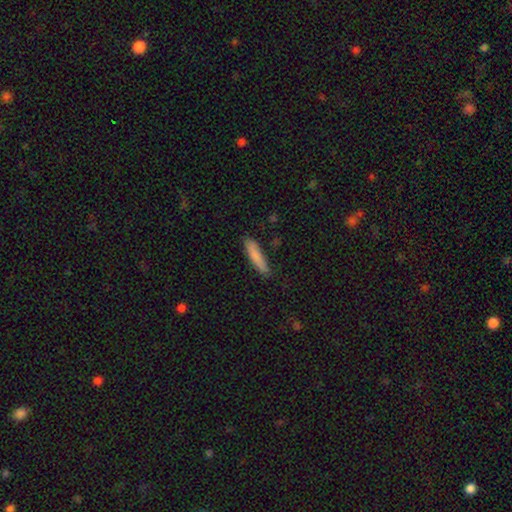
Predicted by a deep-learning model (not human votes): Smooth or featured? smooth (83%)
How rounded? cigar-shaped (84%)
Merging? none (85%)